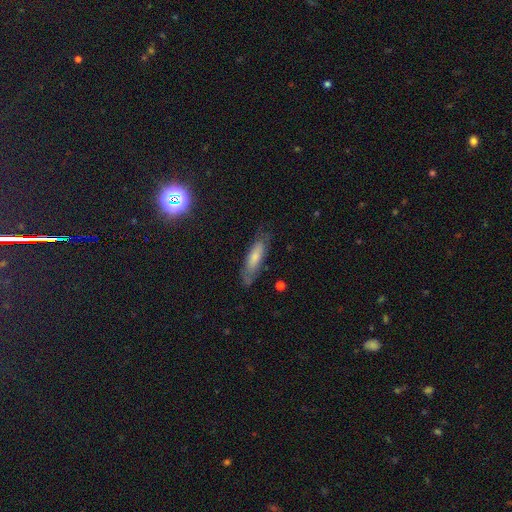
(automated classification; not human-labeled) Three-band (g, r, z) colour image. It shows a smooth galaxy with no disk features (52%) that is cigar-shaped (65%). Merging: none (74%).